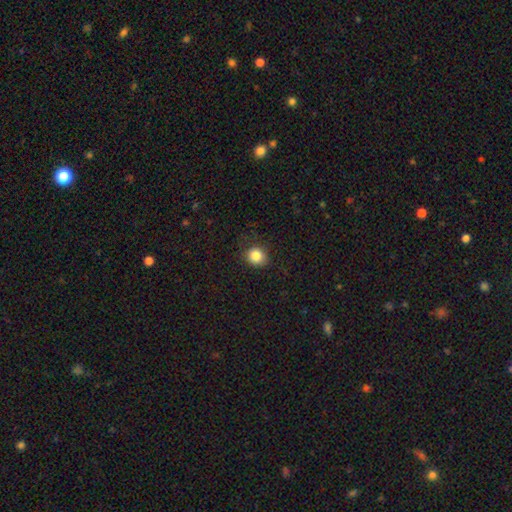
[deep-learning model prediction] Morphology: type=smooth (84%); roundness=round (81%); merging=none (83%).